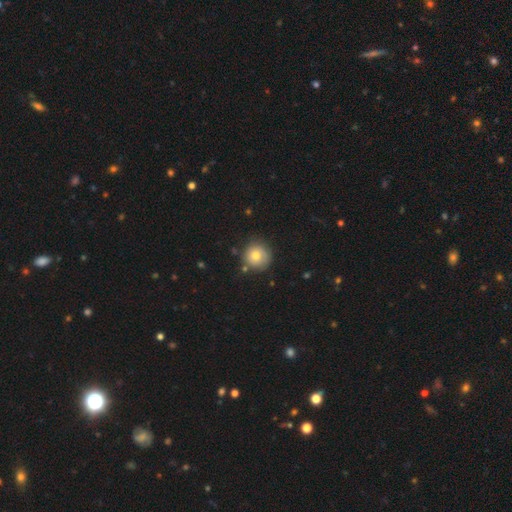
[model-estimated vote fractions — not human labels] A smooth galaxy with no disk features (74%) that is round (94%). Merging: none (78%).